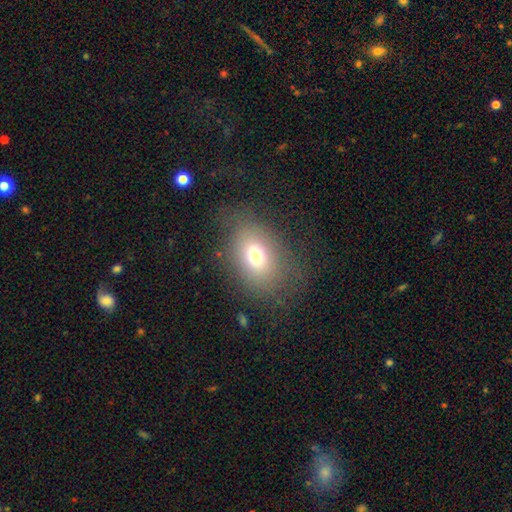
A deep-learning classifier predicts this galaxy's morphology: A smooth galaxy with no disk features (70%) that is in between round and cigar-shaped (75%).

Vote fractions:
- Smooth or featured? smooth: 70% / featured or disk: 17% / star or artifact: 14%
- How rounded? in between: 75% / round: 23% / cigar-shaped: 2%
- Merging? none: 72% / minor disturbance: 16% / major disturbance: 11% / merger: 1%